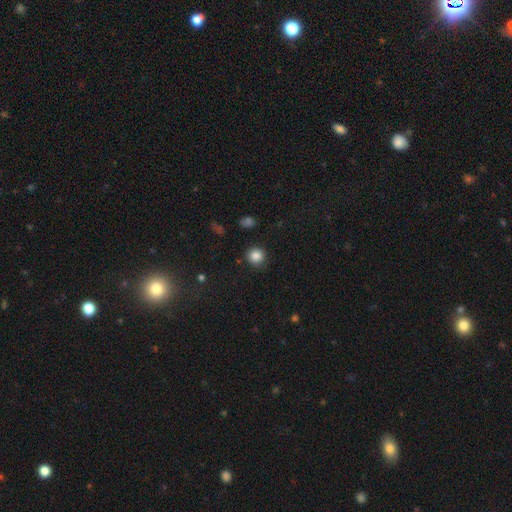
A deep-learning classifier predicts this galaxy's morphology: Overall: smooth (85%). How rounded: round (91%). Merging: none (88%).